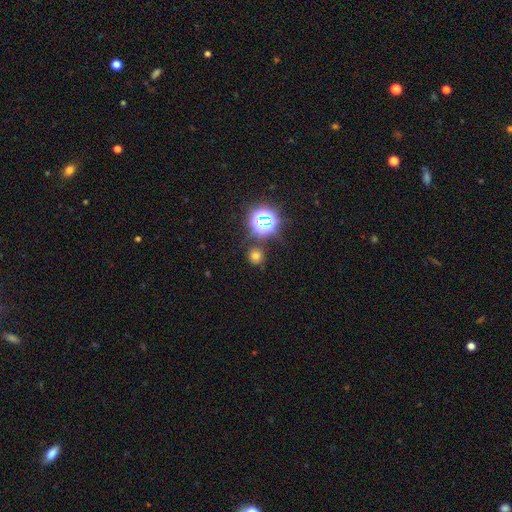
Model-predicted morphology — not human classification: This appears to be a smooth galaxy with no disk features (62%) that is round (88%). Merging: none (83%).